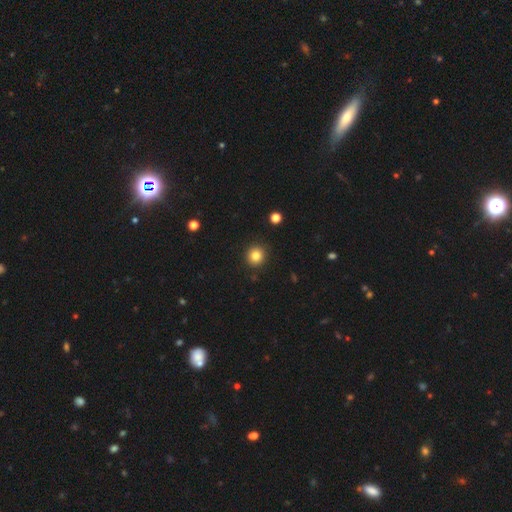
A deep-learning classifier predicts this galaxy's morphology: Overall: smooth (83%). How rounded: round (92%). Merging: none (91%).